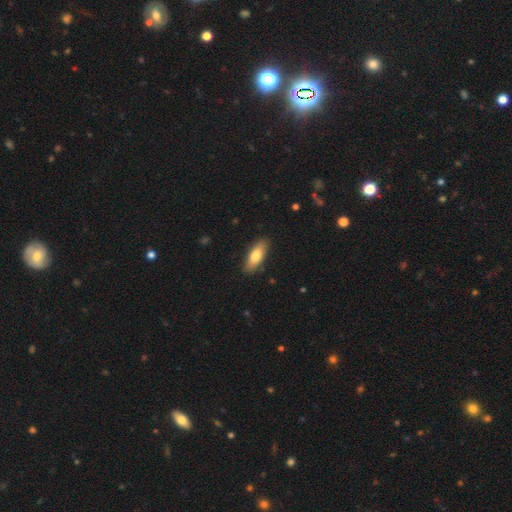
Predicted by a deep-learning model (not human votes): This is likely a smooth galaxy (75%). How rounded: likely in between (66%). Merging: clearly none (87%).